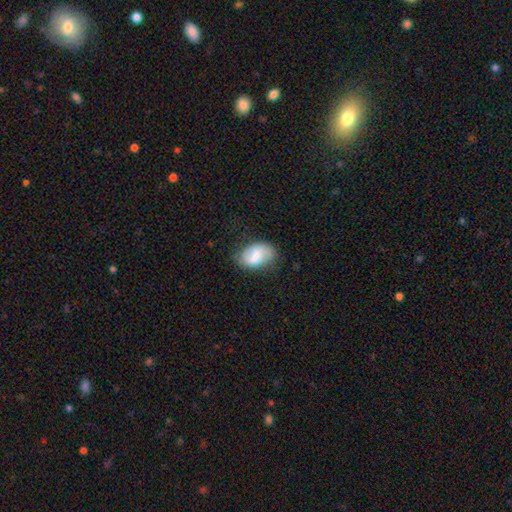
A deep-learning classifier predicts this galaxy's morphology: Smooth or featured?
  - smooth: 62% *
  - featured or disk: 31%
  - star or artifact: 7%
How rounded?
  - in between: 87% *
  - round: 12%
  - cigar-shaped: 2%
Merging?
  - none: 65% *
  - minor disturbance: 25%
  - major disturbance: 8%
  - merger: 2%